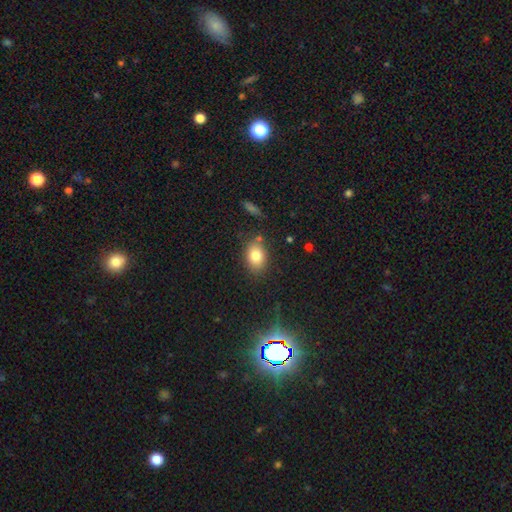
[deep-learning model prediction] smooth_or_featured: smooth (p=0.81) [alt: star or artifact p=0.10]
how_rounded: in between (p=0.74) [alt: round p=0.25]
merging: none (p=0.78) [alt: minor disturbance p=0.13]